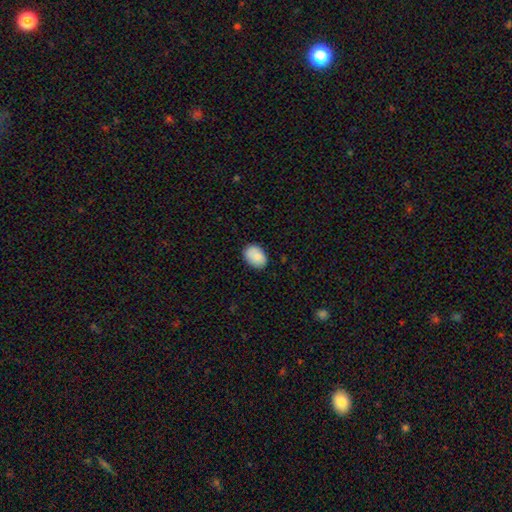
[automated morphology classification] smooth_or_featured: smooth (p=0.86) [alt: featured or disk p=0.07]
how_rounded: in between (p=0.76) [alt: round p=0.23]
merging: none (p=0.82) [alt: minor disturbance p=0.14]